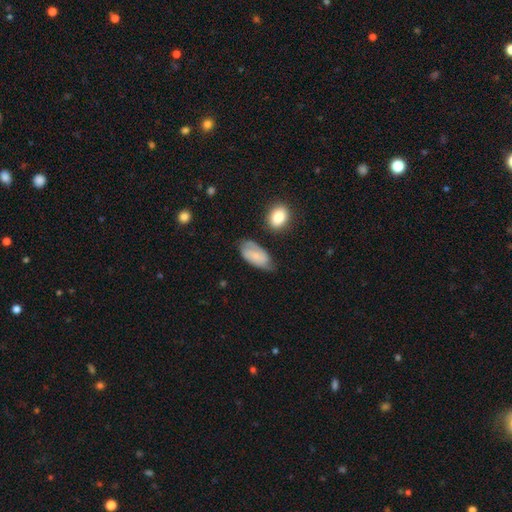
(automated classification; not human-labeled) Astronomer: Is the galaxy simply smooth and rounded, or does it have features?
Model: smooth — 56% (runner-up: featured or disk, 36%).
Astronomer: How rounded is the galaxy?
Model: in between — 92%.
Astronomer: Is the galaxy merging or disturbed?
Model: none — 56% (runner-up: minor disturbance, 32%).